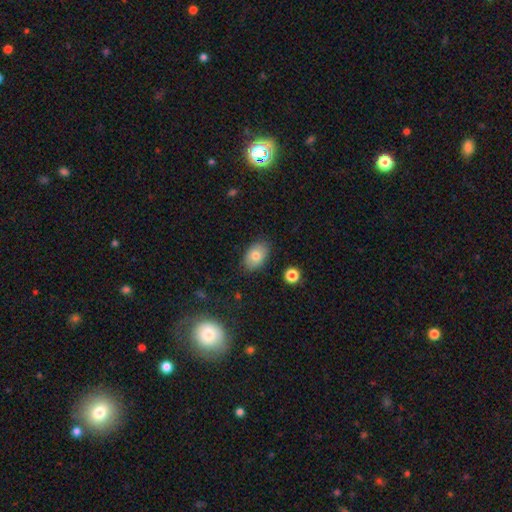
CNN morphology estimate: This is likely a smooth galaxy (77%). How rounded: clearly in between (85%). Merging: clearly none (85%).